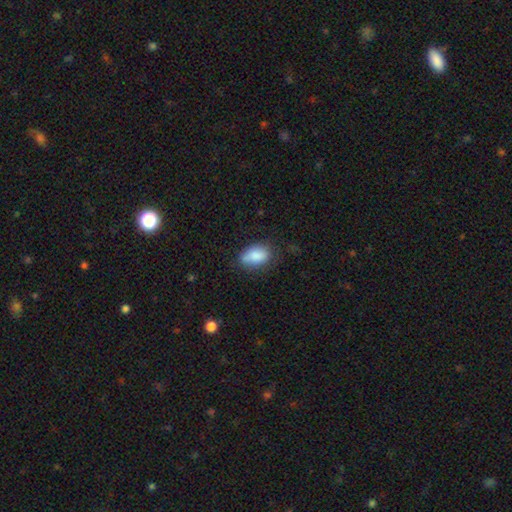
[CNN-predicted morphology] type=smooth (85%); roundness=in between (89%); merging=none (67%).